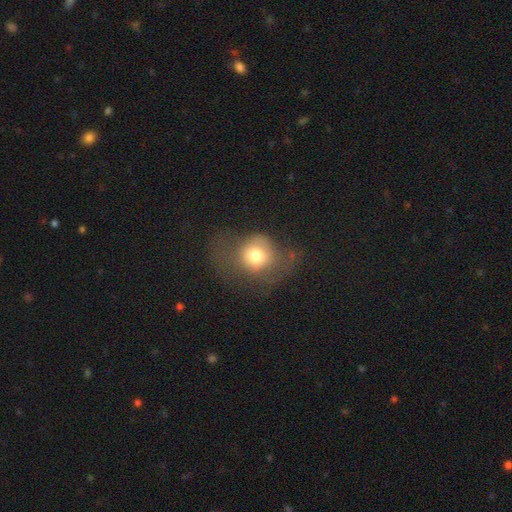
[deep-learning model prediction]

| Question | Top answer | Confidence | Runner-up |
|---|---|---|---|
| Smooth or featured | smooth | 69% | featured or disk (21%) |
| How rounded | round | 67% | in between (32%) |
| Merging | none | 38% | major disturbance (35%) |